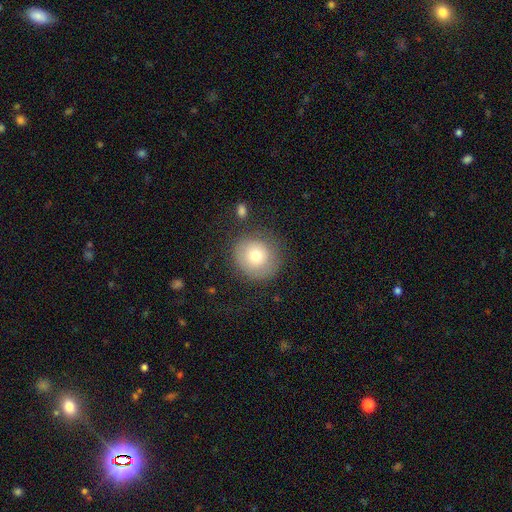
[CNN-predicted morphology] smooth 72%, featured or disk 18%, star or artifact 10%. Down the decision tree: how rounded — round (89%); merging — none (77%).